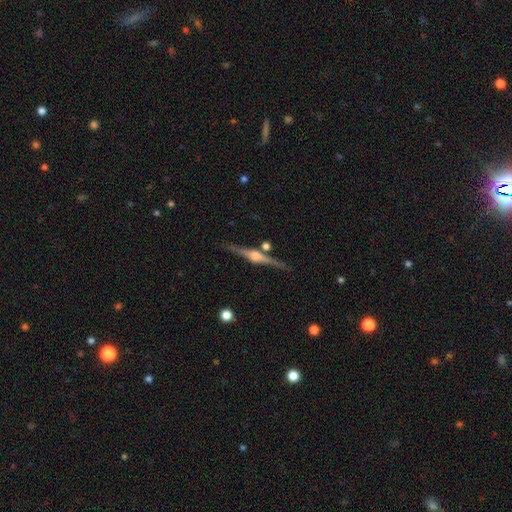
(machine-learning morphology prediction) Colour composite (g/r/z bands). It shows a featured or disk galaxy (84%) viewed edge-on (98%) with a rounded central bulge (87%). Merging: none (84%).